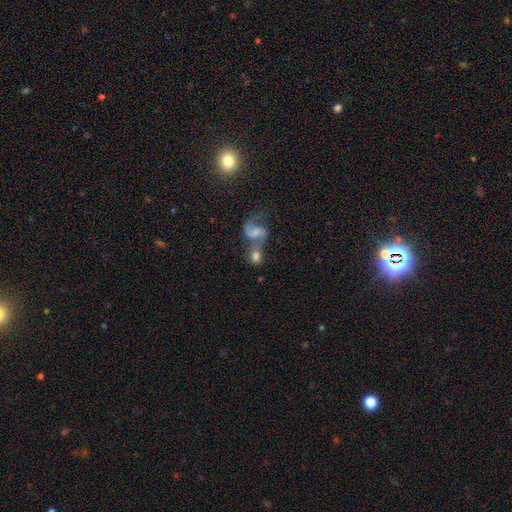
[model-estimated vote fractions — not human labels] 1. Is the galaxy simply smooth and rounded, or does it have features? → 49% smooth, 40% featured or disk, 11% star or artifact.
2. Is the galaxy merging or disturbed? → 62% merger, 23% none, 8% minor disturbance, 7% major disturbance.